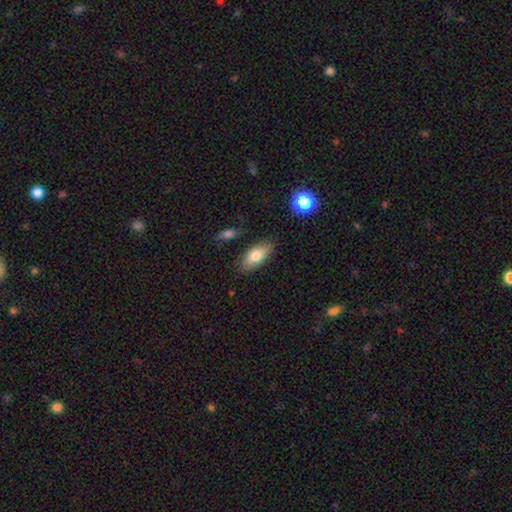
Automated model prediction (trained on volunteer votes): Smooth or featured?
  - smooth: 77% *
  - featured or disk: 16%
  - star or artifact: 7%
How rounded?
  - in between: 85% *
  - cigar-shaped: 12%
  - round: 3%
Merging?
  - none: 82% *
  - minor disturbance: 13%
  - major disturbance: 3%
  - merger: 2%